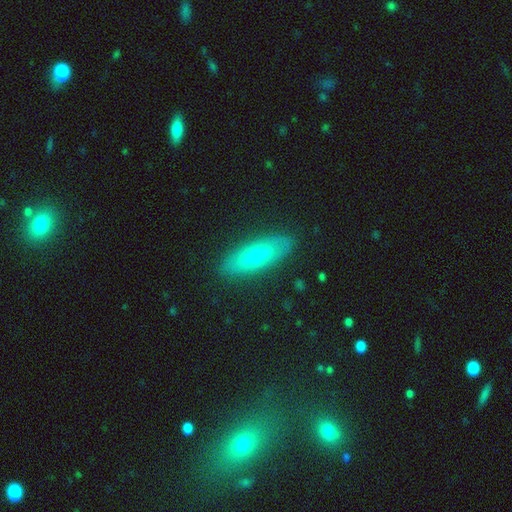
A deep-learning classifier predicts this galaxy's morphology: This appears to be a smooth galaxy with no disk features (58%) that is in between round and cigar-shaped (56%). Merging: none (86%).